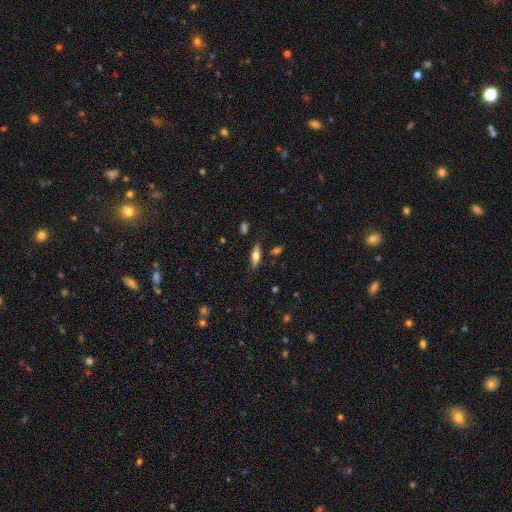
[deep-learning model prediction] A smooth galaxy with no disk features (58%) that is in between round and cigar-shaped (67%).

Vote fractions:
- Smooth or featured? smooth: 58% / featured or disk: 34% / star or artifact: 7%
- How rounded? in between: 67% / cigar-shaped: 30% / round: 3%
- Merging? none: 77% / minor disturbance: 16% / major disturbance: 4% / merger: 3%